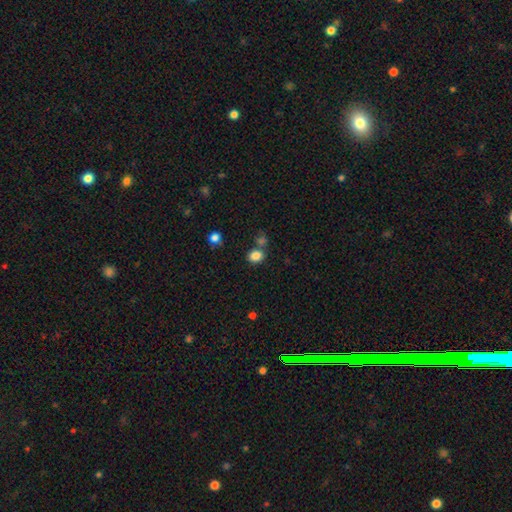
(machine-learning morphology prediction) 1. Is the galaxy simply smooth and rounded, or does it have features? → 84% smooth, 11% star or artifact, 5% featured or disk.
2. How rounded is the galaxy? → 50% round, 49% in between, 1% cigar-shaped.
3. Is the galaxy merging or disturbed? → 68% none, 17% merger, 11% minor disturbance, 4% major disturbance.